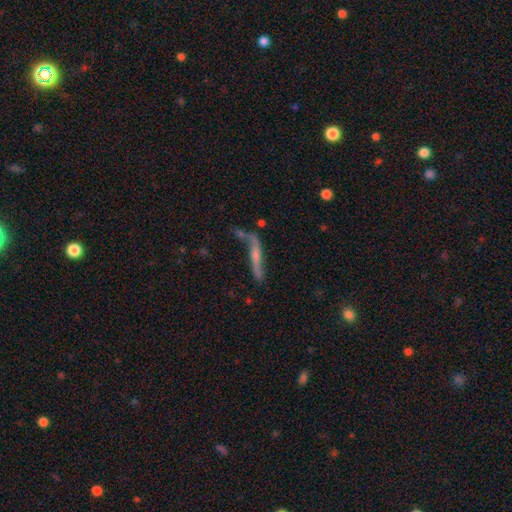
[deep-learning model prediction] Q: Smooth or featured?
A: featured or disk (59%); runner-up: smooth (31%)
Q: Edge-on disk?
A: yes (63%); runner-up: no (37%)
Q: Merging?
A: none (44%); runner-up: minor disturbance (22%)